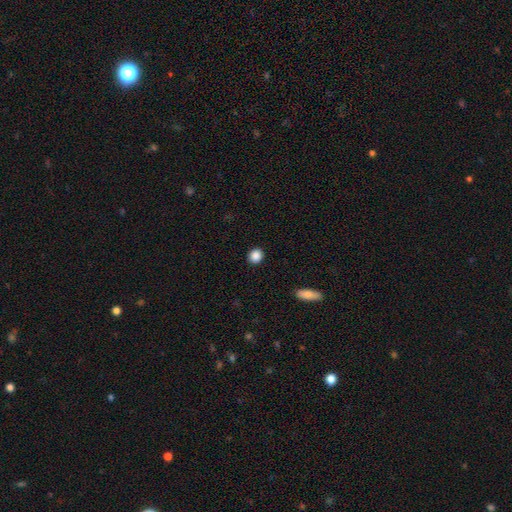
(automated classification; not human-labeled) smooth-or-featured: smooth: 88% | star or artifact: 9% | featured or disk: 3%
  how-rounded: round: 78% | in between: 21% | cigar-shaped: 1%
  merging: none: 91% | minor disturbance: 6% | major disturbance: 2% | merger: 1%